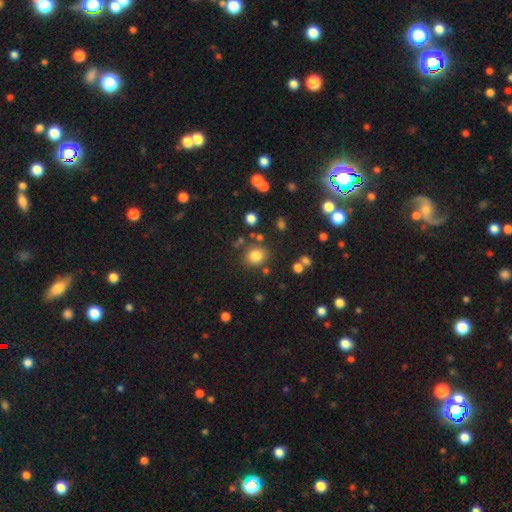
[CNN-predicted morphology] Q: Smooth or featured?
A: smooth (80%); runner-up: star or artifact (13%)
Q: How rounded?
A: round (76%); runner-up: in between (23%)
Q: Merging?
A: none (80%); runner-up: minor disturbance (10%)